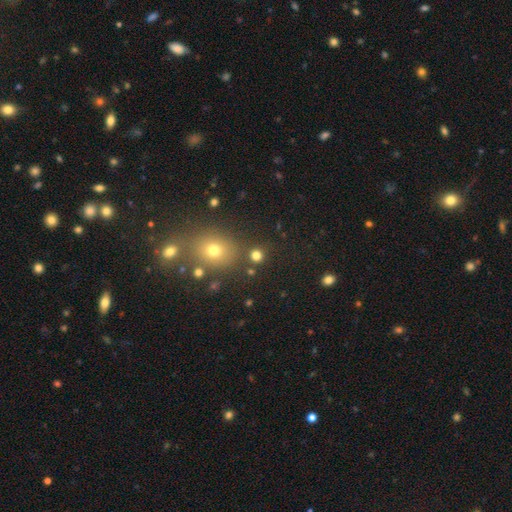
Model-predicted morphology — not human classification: The model was most divided on "smooth or featured": smooth: 61%, star or artifact: 29%, featured or disk: 9%. More confident: how rounded — round (79%); merging — none (77%).